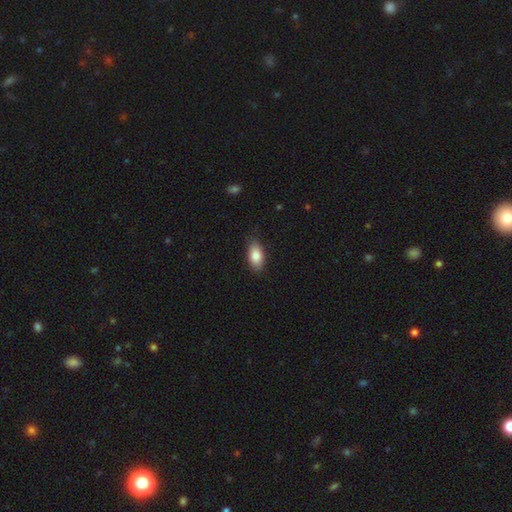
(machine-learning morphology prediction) Smooth or featured: smooth — 84% (featured or disk — 9%)
How rounded: in between — 90% (cigar-shaped — 5%)
Merging: none — 83% (minor disturbance — 13%)